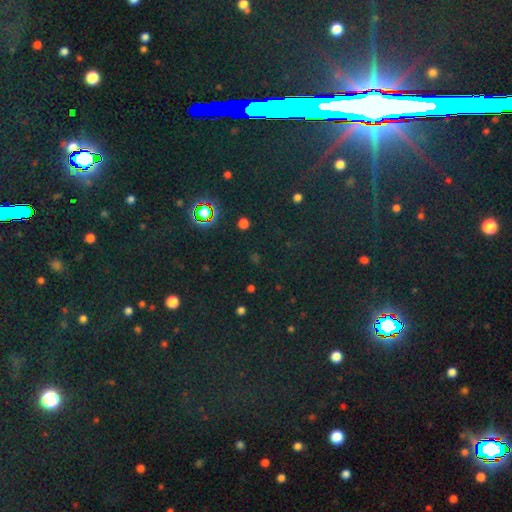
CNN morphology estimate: Smooth or featured?
  - star or artifact: 80% *
  - smooth: 11%
  - featured or disk: 8%